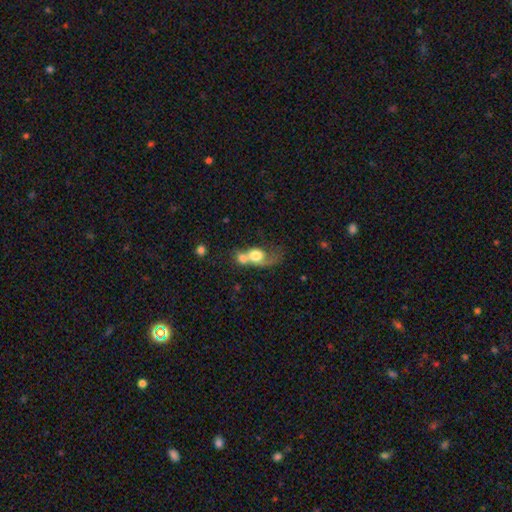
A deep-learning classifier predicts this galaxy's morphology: Overall: smooth (61%; featured or disk 31%). How rounded: round (55%; in between 42%). Merging: merger (67%).